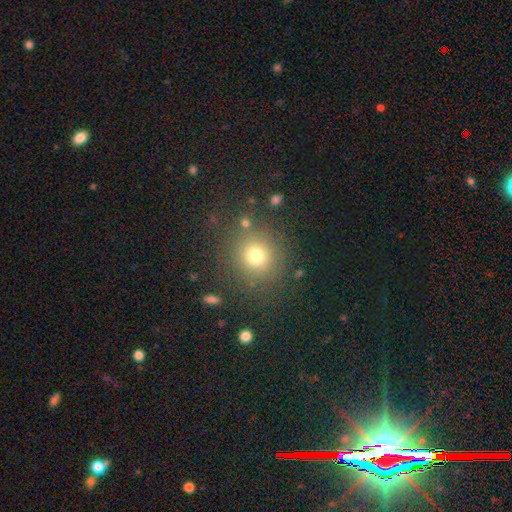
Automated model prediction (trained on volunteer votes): This is likely a smooth galaxy (74%). How rounded: clearly round (88%). Merging: clearly none (83%).